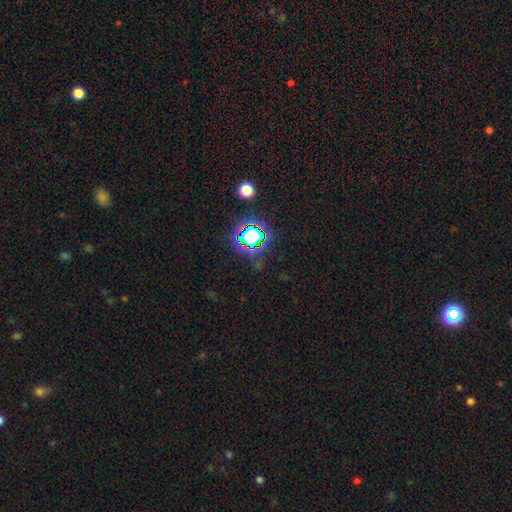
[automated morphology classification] Overall: star or artifact (80%).